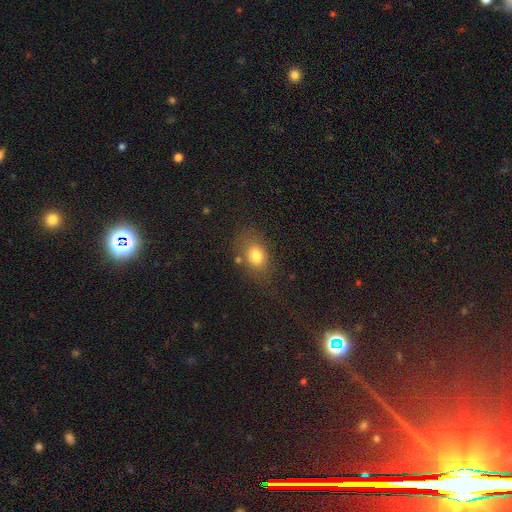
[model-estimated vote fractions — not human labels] smooth 78%, featured or disk 11%, star or artifact 11%. Down the decision tree: how rounded — in between (68%); merging — none (66%).